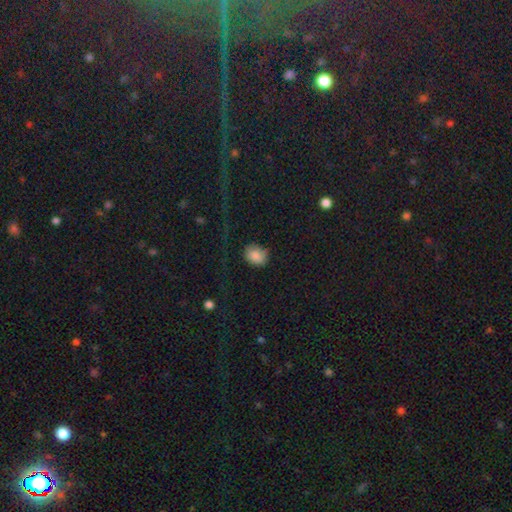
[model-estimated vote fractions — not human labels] The model was most divided on "how rounded": in between: 54%, round: 45%, cigar-shaped: 1%. More confident: smooth or featured — smooth (83%); merging — none (62%).